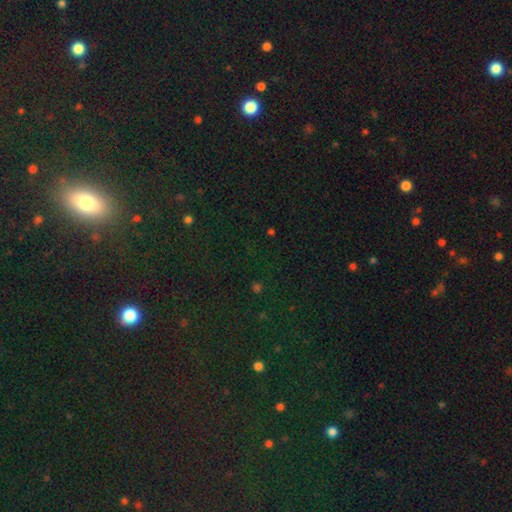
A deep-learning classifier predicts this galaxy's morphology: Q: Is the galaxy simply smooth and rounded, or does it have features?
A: star or artifact — 55%.